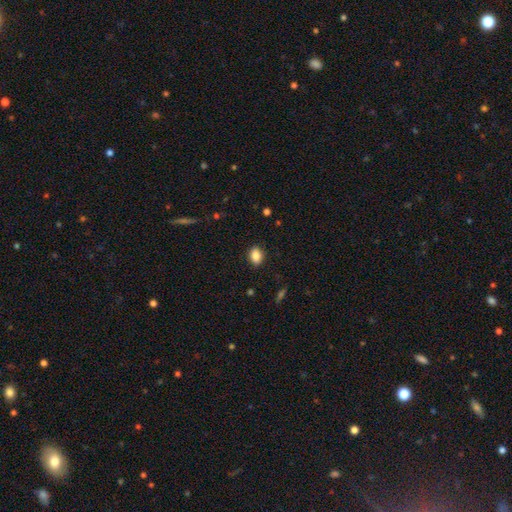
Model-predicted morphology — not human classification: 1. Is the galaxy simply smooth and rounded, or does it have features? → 86% smooth, 9% star or artifact, 5% featured or disk.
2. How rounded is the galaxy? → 75% in between, 24% round, 1% cigar-shaped.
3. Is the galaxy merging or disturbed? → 88% none, 9% minor disturbance, 2% major disturbance, 1% merger.